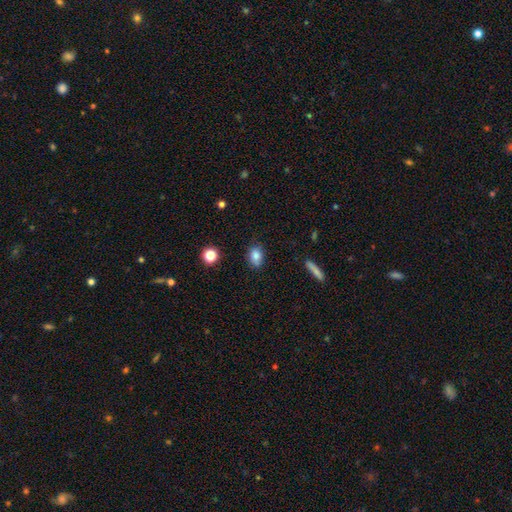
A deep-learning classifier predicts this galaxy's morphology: A smooth galaxy with no disk features (82%) that is in between round and cigar-shaped (74%). Merging: none (77%).